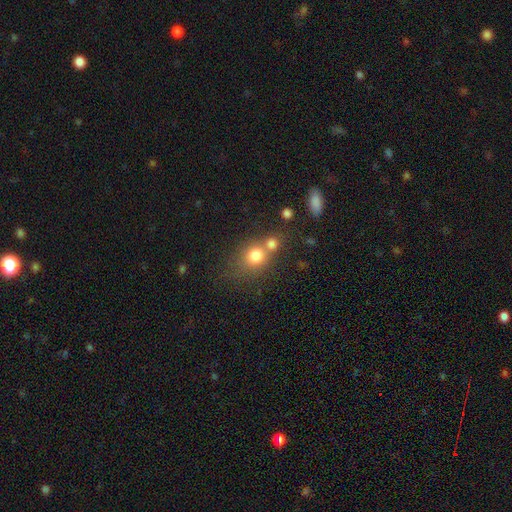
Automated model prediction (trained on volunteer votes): This is likely a smooth galaxy (77%). How rounded: likely round (76%). Merging: marginally merger (45%).